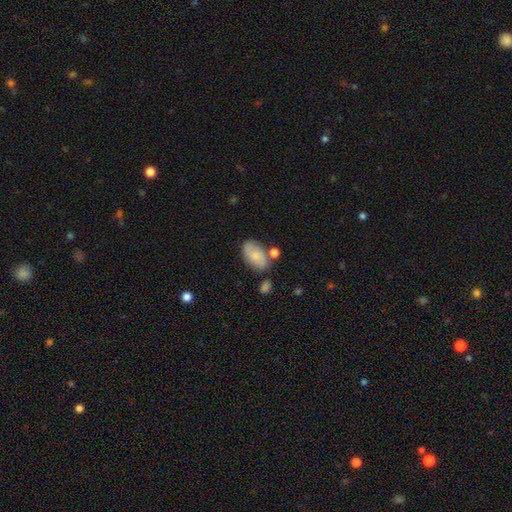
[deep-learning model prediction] Q: Smooth or featured?
A: smooth (70%); runner-up: featured or disk (23%)
Q: How rounded?
A: in between (92%); runner-up: round (6%)
Q: Merging?
A: none (63%); runner-up: minor disturbance (20%)